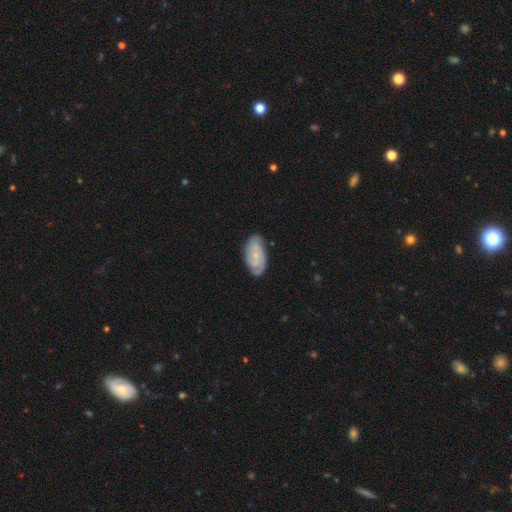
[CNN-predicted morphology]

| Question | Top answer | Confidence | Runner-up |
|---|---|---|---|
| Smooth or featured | featured or disk | 71% | smooth (24%) |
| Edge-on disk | no | 96% | yes (4%) |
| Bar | no | 64% | weak (30%) |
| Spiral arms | yes | 92% | no (8%) |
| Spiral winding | tight | 55% | medium (35%) |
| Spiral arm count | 2 | 44% | can't tell (26%) |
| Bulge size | small | 71% | moderate (19%) |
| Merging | none | 75% | minor disturbance (19%) |